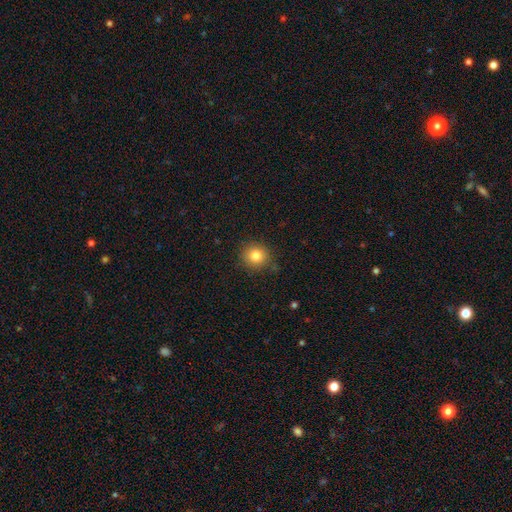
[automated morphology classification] This appears to be a smooth galaxy with no disk features (82%) that is round (90%). Merging: none (85%).